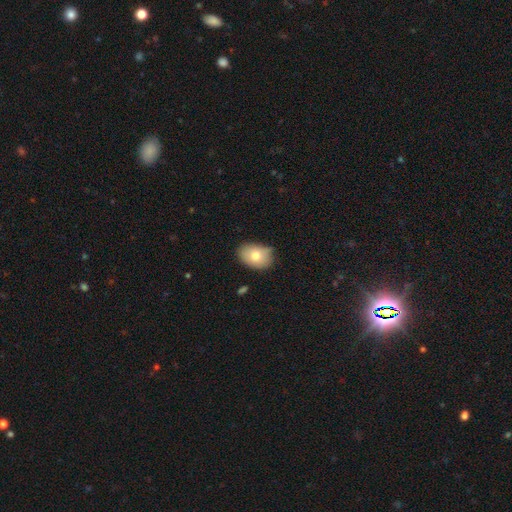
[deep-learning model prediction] Smooth or featured: smooth — 76% (featured or disk — 16%)
How rounded: in between — 74% (round — 25%)
Merging: none — 70% (minor disturbance — 24%)